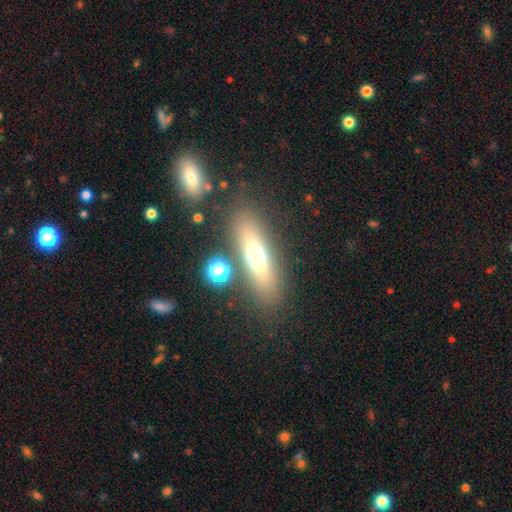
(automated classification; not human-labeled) smooth 55%, featured or disk 33%, star or artifact 12%. Down the decision tree: how rounded — cigar-shaped (51%); merging — none (81%).